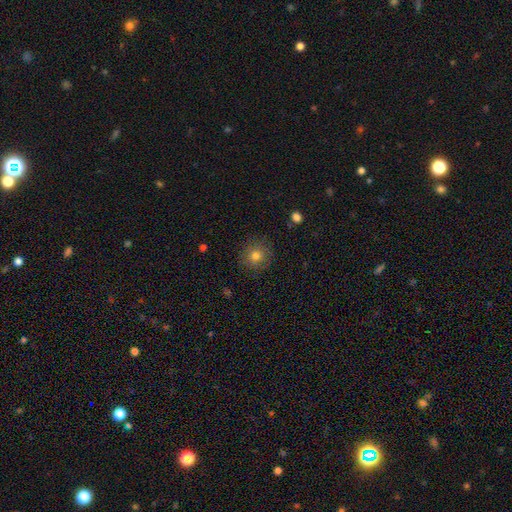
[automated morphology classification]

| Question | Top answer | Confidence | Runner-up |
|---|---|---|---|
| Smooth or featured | smooth | 78% | star or artifact (12%) |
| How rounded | round | 92% | in between (7%) |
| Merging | none | 87% | minor disturbance (9%) |